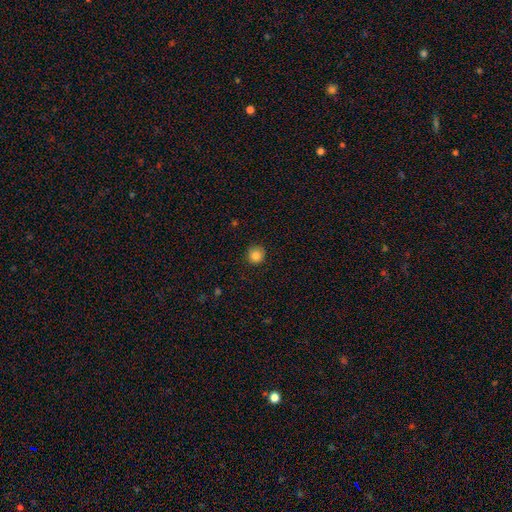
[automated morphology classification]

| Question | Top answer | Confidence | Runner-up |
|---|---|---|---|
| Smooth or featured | smooth | 84% | star or artifact (11%) |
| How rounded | round | 93% | in between (6%) |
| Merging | none | 89% | minor disturbance (8%) |